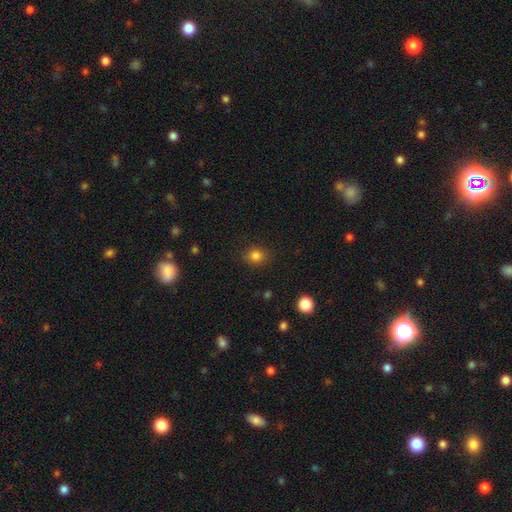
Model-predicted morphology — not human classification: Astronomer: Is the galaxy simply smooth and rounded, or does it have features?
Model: smooth — 82%.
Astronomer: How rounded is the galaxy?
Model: round — 73%.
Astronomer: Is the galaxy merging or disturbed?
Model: none — 84%.